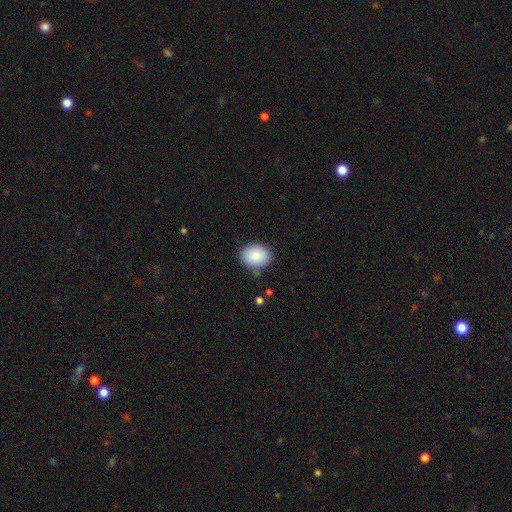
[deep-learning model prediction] smooth 88%, star or artifact 7%, featured or disk 5%. Down the decision tree: how rounded — round (50%); merging — none (79%).